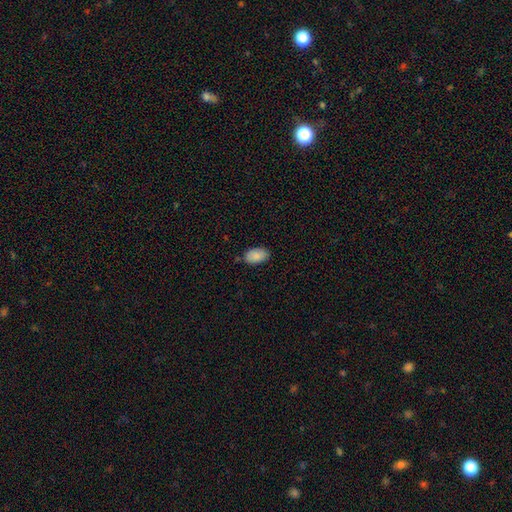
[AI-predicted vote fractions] smooth 88%, star or artifact 7%, featured or disk 5%. Down the decision tree: how rounded — in between (93%); merging — none (81%).